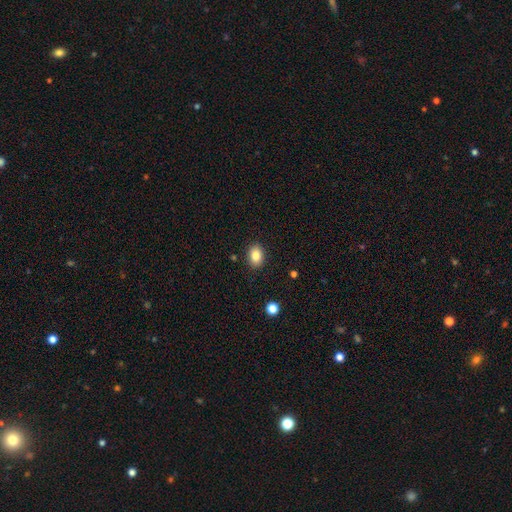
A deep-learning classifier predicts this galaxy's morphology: The model was most divided on "how rounded": in between: 71%, round: 28%, cigar-shaped: 1%. More confident: merging — none (89%); smooth or featured — smooth (85%).